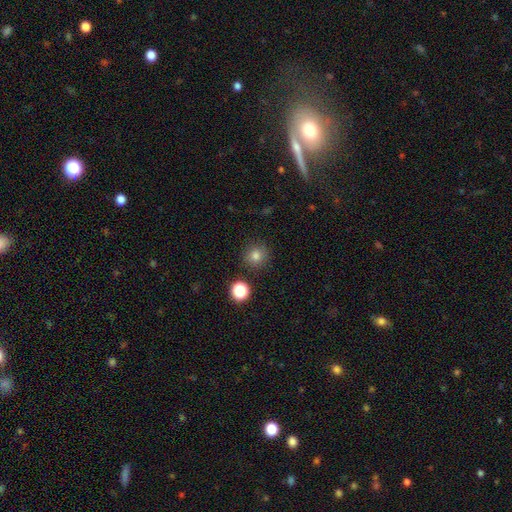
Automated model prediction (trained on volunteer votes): The model was most divided on "smooth or featured": smooth: 79%, star or artifact: 15%, featured or disk: 6%. More confident: how rounded — round (93%); merging — none (87%).